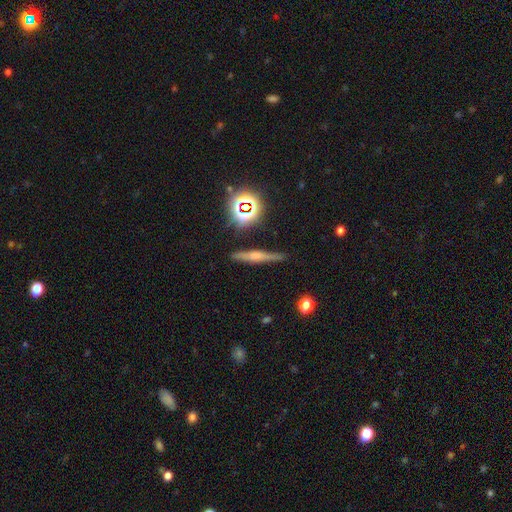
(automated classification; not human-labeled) Smooth or featured? featured or disk (57%)
Edge-on disk? yes (95%)
Edge-on bulge? rounded (71%)
Merging? none (88%)